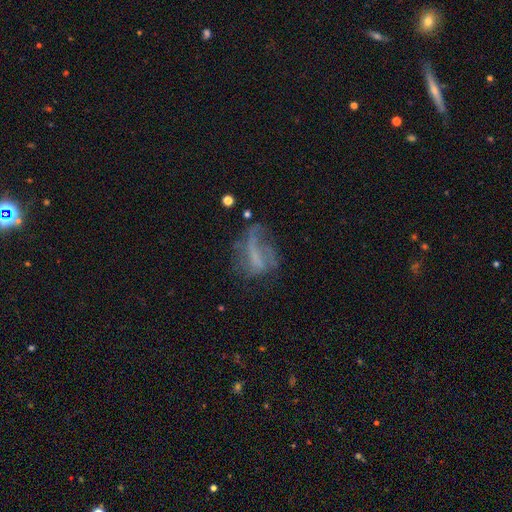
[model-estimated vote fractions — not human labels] Overall: featured or disk (54%; smooth 31%). Edge-on disk: no (93%). Bar: no (49%; weak 28%). Spiral arms: no (58%; yes 42%). Bulge size: none (66%). Merging: major disturbance (39%; none 34%).